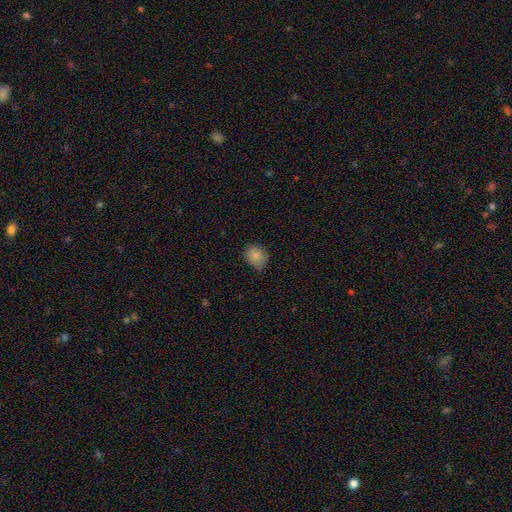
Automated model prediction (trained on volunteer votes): Smooth or featured? smooth (86%)
How rounded? round (54%)
Merging? none (74%)